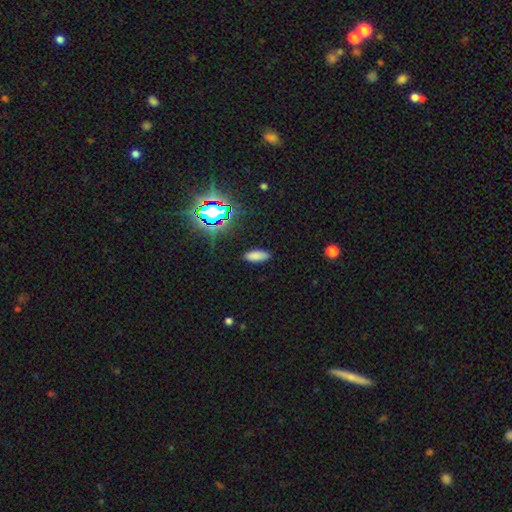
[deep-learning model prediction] Q: Smooth or featured?
A: smooth (77%); runner-up: star or artifact (17%)
Q: How rounded?
A: in between (81%); runner-up: cigar-shaped (17%)
Q: Merging?
A: none (87%); runner-up: minor disturbance (9%)